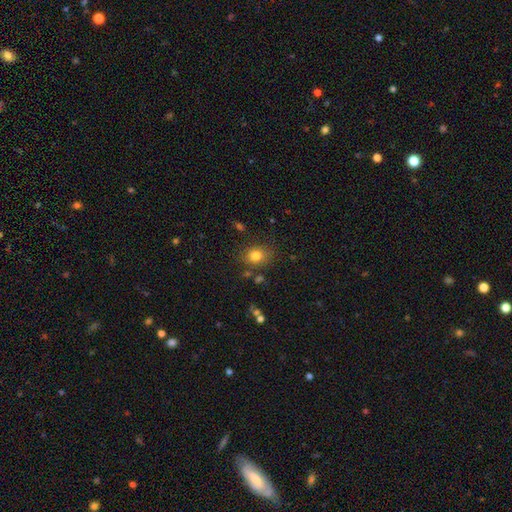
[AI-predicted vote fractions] smooth 80%, star or artifact 12%, featured or disk 8%. Down the decision tree: how rounded — round (61%); merging — none (78%).